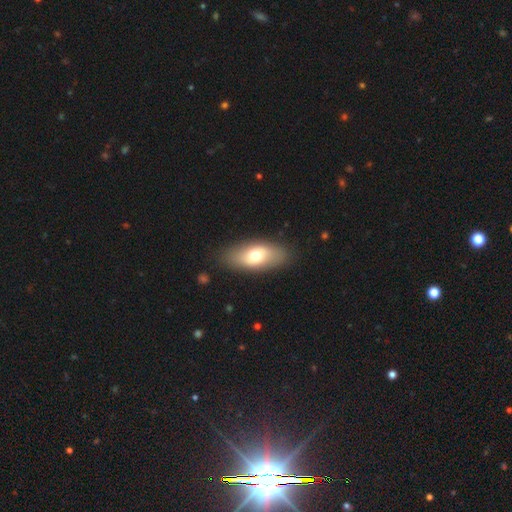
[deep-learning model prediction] Q: Smooth or featured?
A: smooth (67%); runner-up: featured or disk (27%)
Q: How rounded?
A: in between (85%); runner-up: cigar-shaped (10%)
Q: Merging?
A: none (85%); runner-up: minor disturbance (10%)